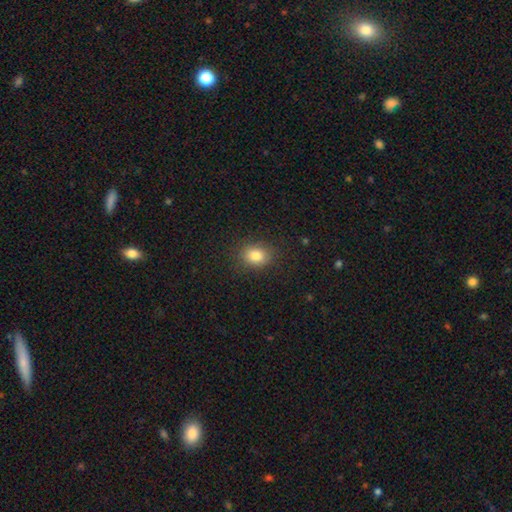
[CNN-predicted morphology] A smooth galaxy with no disk features (82%) that is in between round and cigar-shaped (51%). Merging: none (86%).